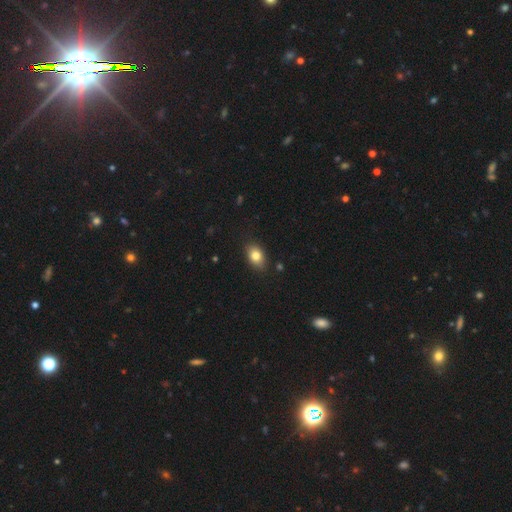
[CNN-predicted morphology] This appears to be a smooth galaxy with no disk features (81%) that is in between round and cigar-shaped (79%). Merging: none (84%).